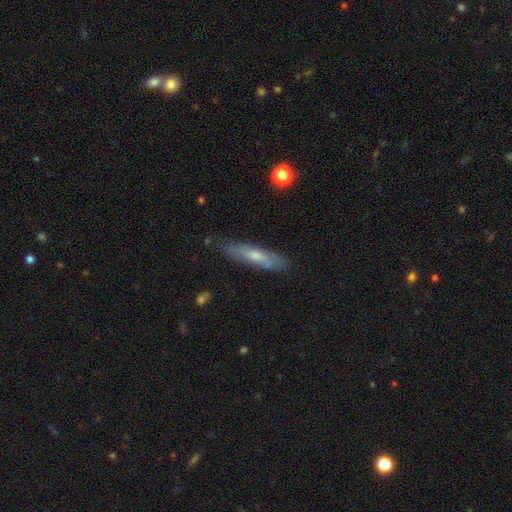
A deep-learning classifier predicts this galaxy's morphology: Smooth or featured? Predicted: smooth (p=0.49). Merging? Predicted: none (p=0.74).